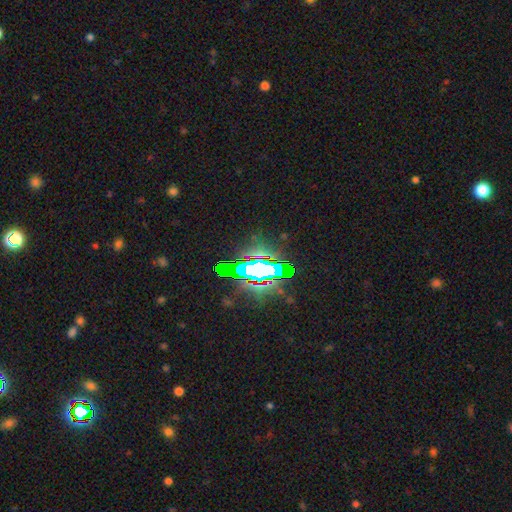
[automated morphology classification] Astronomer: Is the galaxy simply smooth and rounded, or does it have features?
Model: star or artifact — 78%.